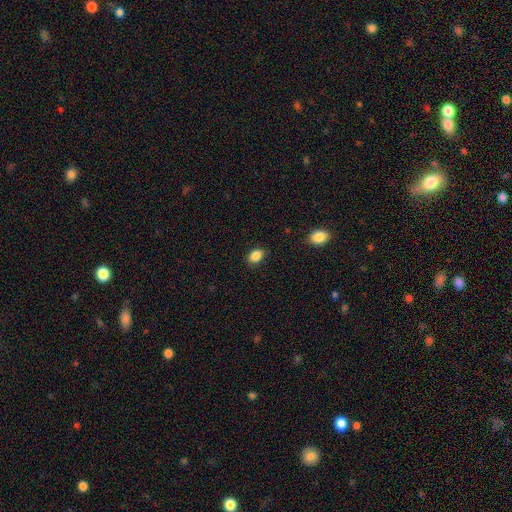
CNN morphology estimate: smooth-or-featured: smooth: 87% | star or artifact: 9% | featured or disk: 4%
  how-rounded: in between: 71% | round: 27% | cigar-shaped: 1%
  merging: none: 86% | minor disturbance: 11% | major disturbance: 2% | merger: 1%